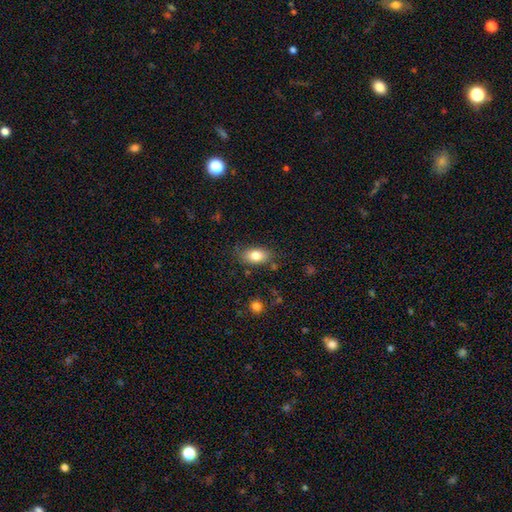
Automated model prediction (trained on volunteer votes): smooth_or_featured: smooth (p=0.80) [alt: featured or disk p=0.12]
how_rounded: in between (p=0.90) [alt: round p=0.06]
merging: none (p=0.77) [alt: minor disturbance p=0.16]